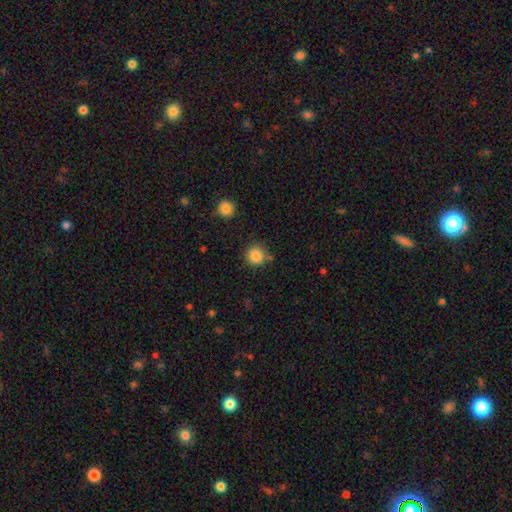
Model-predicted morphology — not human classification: Smooth or featured? Predicted: smooth (p=0.86). How rounded? Predicted: round (p=0.91). Merging? Predicted: none (p=0.79).